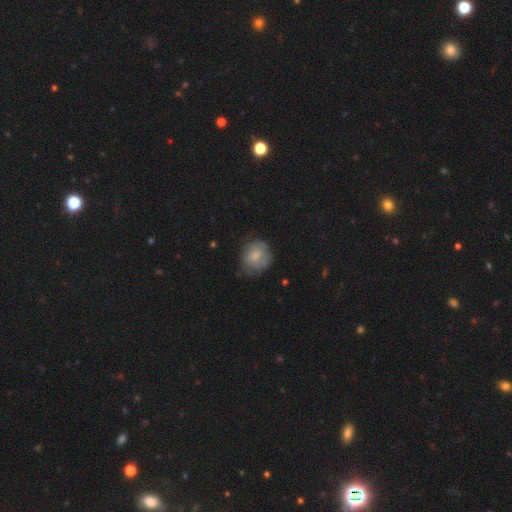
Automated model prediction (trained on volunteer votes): A smooth galaxy with no disk features (61%) that is round (72%).

Vote fractions:
- Smooth or featured? smooth: 61% / featured or disk: 32% / star or artifact: 7%
- How rounded? round: 72% / in between: 27% / cigar-shaped: 1%
- Merging? none: 58% / minor disturbance: 28% / major disturbance: 12% / merger: 1%